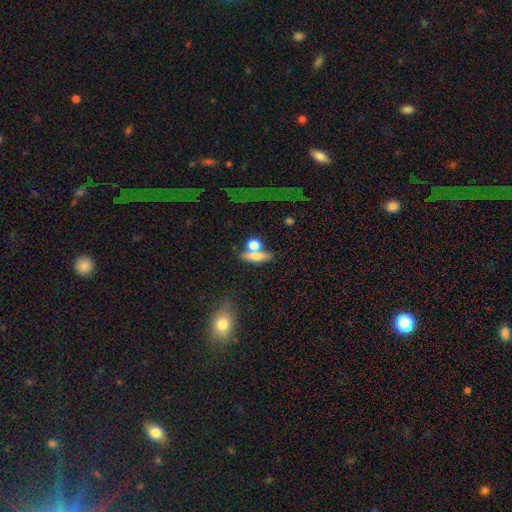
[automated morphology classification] The model was most divided on "merging": none: 44%, merger: 38%, minor disturbance: 11%, major disturbance: 7%. Remaining: smooth or featured — smooth (68%); how rounded — in between (45%).